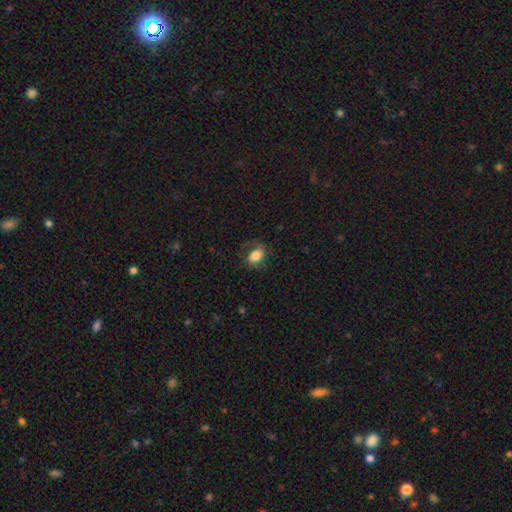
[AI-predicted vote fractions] smooth-or-featured: smooth: 66% | featured or disk: 26% | star or artifact: 9%
  how-rounded: in between: 71% | round: 28% | cigar-shaped: 2%
  merging: none: 65% | minor disturbance: 20% | major disturbance: 14% | merger: 1%